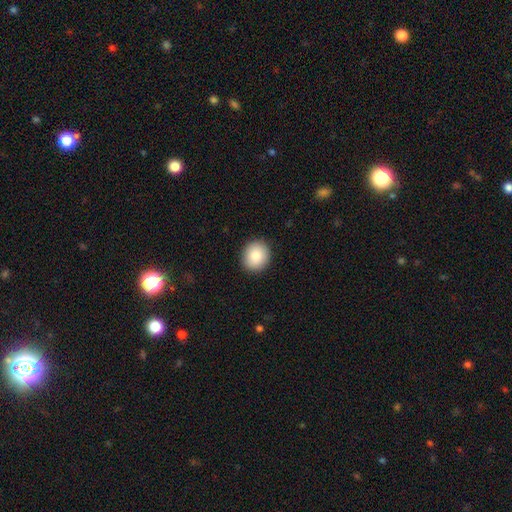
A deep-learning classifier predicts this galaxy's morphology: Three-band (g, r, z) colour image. It shows a smooth galaxy with no disk features (85%) that is round (82%). Merging: none (91%).